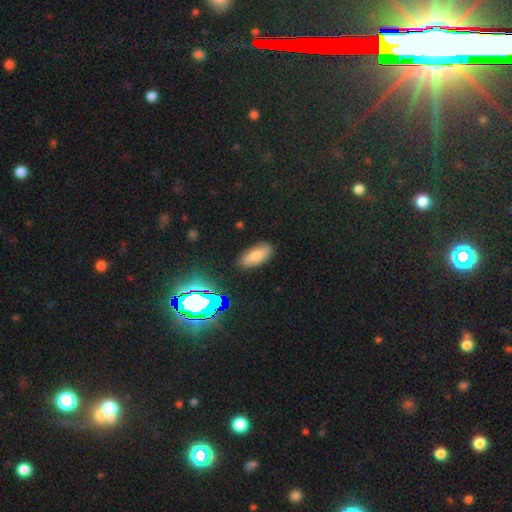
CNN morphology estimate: Smooth or featured? smooth (77%)
How rounded? in between (83%)
Merging? none (86%)